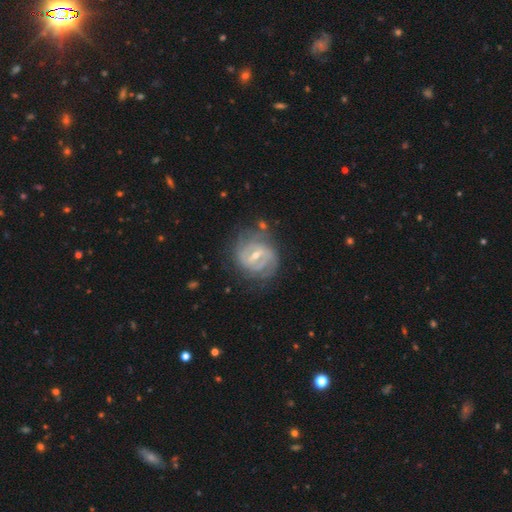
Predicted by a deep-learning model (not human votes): This appears to be a featured or disk galaxy (85%) with a weak bar (47%), 2 (37%) tight (61%) spiral arms (88%) and a small central bulge (51%). Merging: none (67%).